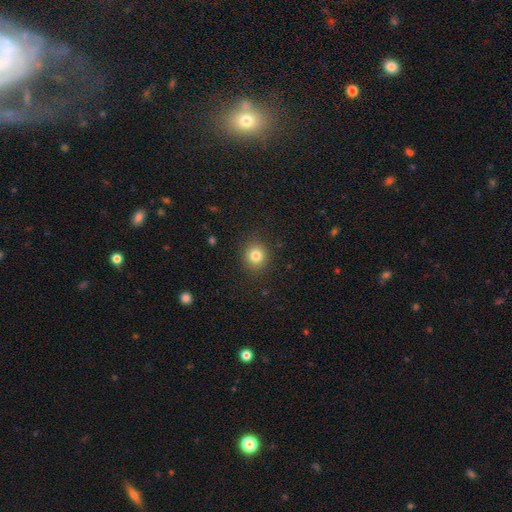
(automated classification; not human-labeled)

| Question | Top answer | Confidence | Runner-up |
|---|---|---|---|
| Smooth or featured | smooth | 82% | star or artifact (12%) |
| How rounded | round | 85% | in between (14%) |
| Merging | none | 89% | minor disturbance (8%) |